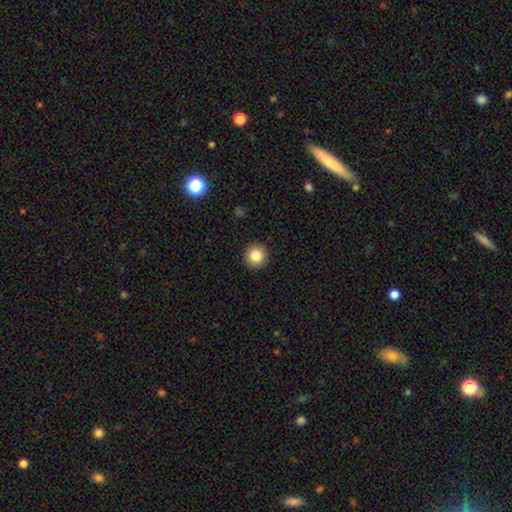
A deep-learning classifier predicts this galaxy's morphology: Overall: smooth (83%). How rounded: round (94%). Merging: none (93%).